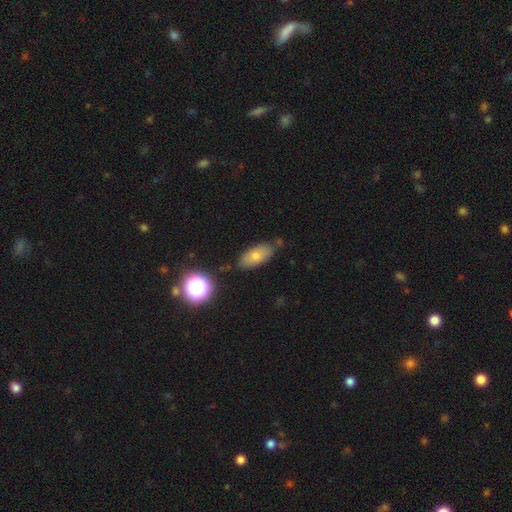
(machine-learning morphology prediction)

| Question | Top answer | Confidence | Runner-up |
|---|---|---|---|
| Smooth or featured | smooth | 72% | featured or disk (18%) |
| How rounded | in between | 86% | cigar-shaped (9%) |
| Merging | none | 76% | minor disturbance (16%) |